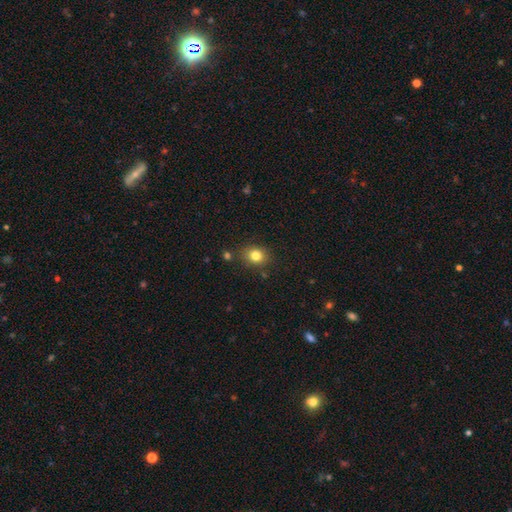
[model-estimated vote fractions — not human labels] Smooth or featured? Predicted: smooth (p=0.81). How rounded? Predicted: round (p=0.62). Merging? Predicted: none (p=0.81).